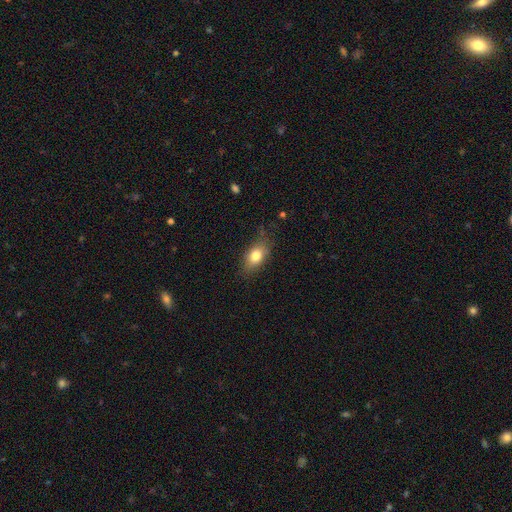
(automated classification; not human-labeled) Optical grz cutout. It shows a smooth galaxy with no disk features (79%) that is in between round and cigar-shaped (83%). Merging: none (77%).